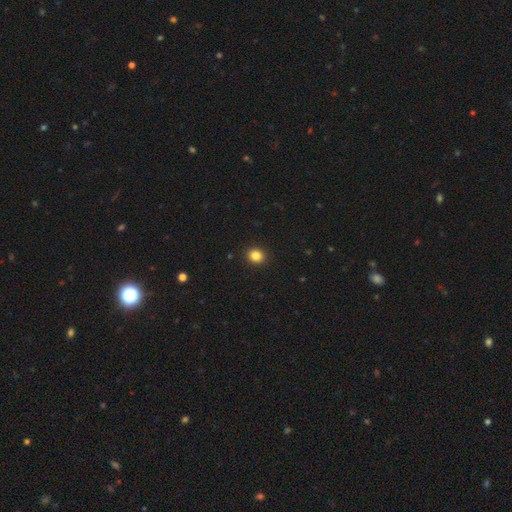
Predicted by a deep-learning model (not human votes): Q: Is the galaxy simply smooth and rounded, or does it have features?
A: smooth — 85%.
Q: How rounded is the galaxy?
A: round — 80%.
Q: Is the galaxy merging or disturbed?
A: none — 92%.